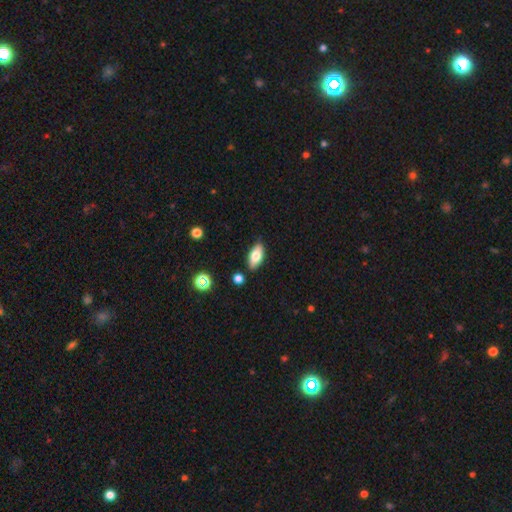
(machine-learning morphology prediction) Q: Smooth or featured?
A: smooth (74%); runner-up: featured or disk (19%)
Q: How rounded?
A: in between (87%); runner-up: cigar-shaped (10%)
Q: Merging?
A: none (85%); runner-up: minor disturbance (10%)